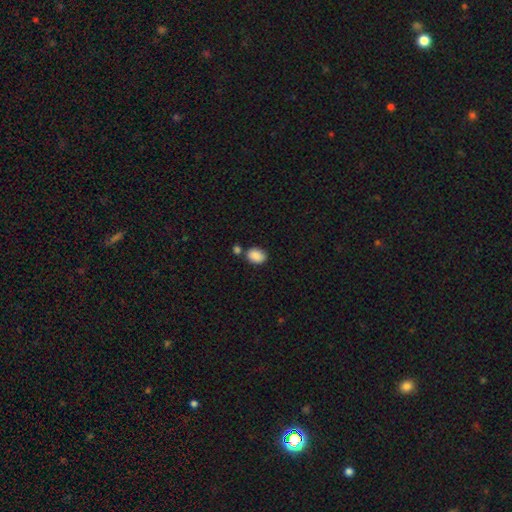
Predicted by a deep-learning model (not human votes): A smooth galaxy with no disk features (88%) that is in between round and cigar-shaped (74%). Merging: none (67%).